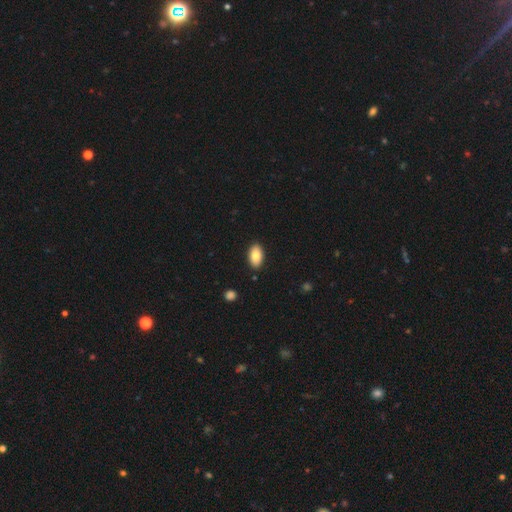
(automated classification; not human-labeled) The model was most divided on "smooth or featured": smooth: 84%, featured or disk: 9%, star or artifact: 7%. More confident: how rounded — in between (94%); merging — none (89%).